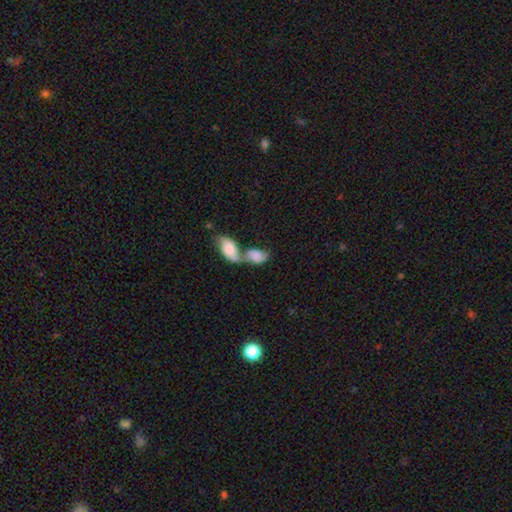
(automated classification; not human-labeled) This is likely a smooth galaxy (74%). How rounded: clearly in between (91%). Merging: likely merger (76%).